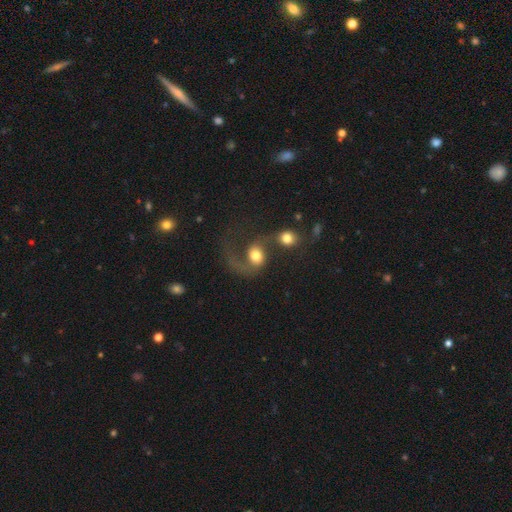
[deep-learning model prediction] Overall: featured or disk (47%; smooth 44%). Merging: merger (49%; major disturbance 25%).